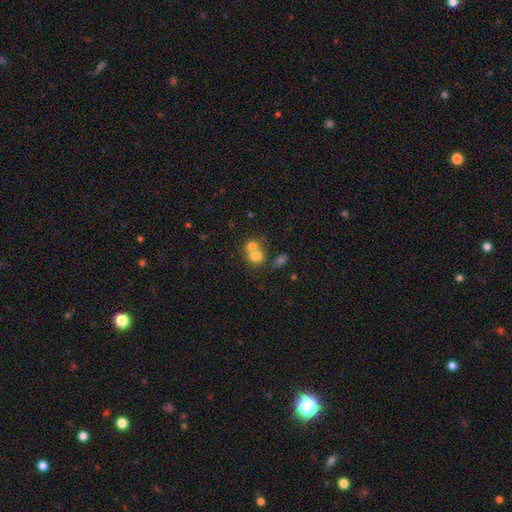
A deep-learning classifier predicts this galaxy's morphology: A smooth galaxy with no disk features (73%) that is round (72%). Merging: merger (59%).